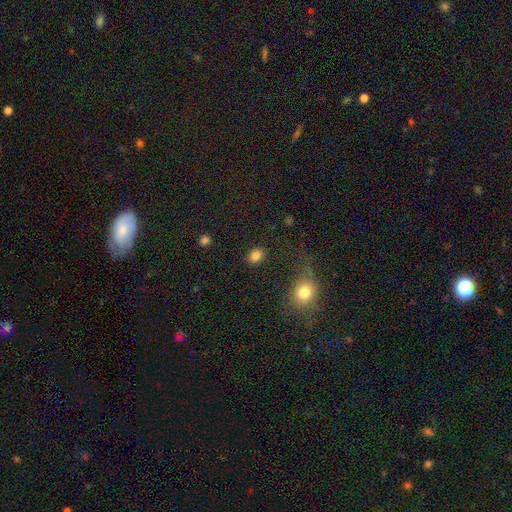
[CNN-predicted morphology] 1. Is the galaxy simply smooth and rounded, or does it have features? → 84% smooth, 11% star or artifact, 5% featured or disk.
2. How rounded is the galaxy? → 55% in between, 43% round, 1% cigar-shaped.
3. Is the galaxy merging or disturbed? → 85% none, 9% minor disturbance, 3% major disturbance, 3% merger.